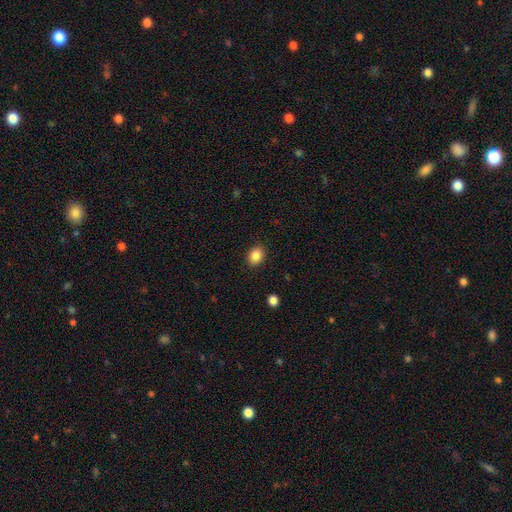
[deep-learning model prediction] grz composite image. It shows a smooth galaxy with no disk features (86%) that is in between round and cigar-shaped (52%). Merging: none (89%).